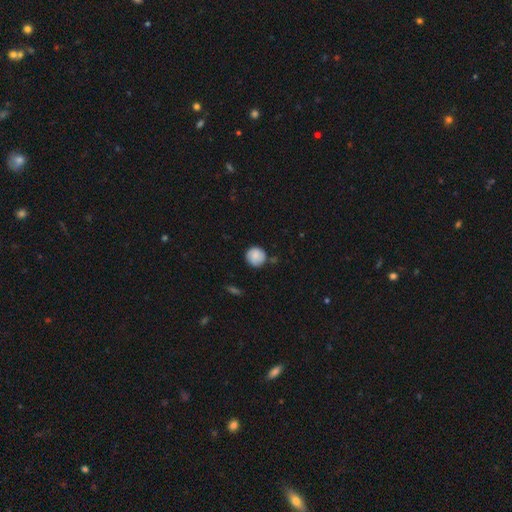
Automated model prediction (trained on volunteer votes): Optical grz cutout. It shows a smooth galaxy with no disk features (80%) that is round (92%). Merging: none (79%).